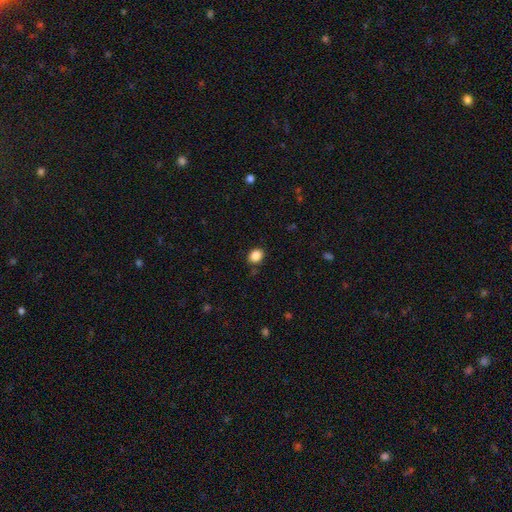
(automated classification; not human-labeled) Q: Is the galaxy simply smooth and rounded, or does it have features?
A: smooth — 87%.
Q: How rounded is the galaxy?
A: in between — 53%.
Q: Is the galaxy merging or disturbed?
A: none — 85%.